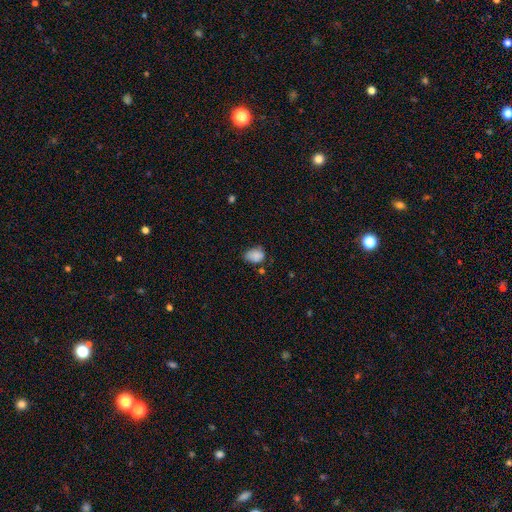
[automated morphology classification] Q: Smooth or featured?
A: smooth (84%); runner-up: star or artifact (10%)
Q: How rounded?
A: in between (75%); runner-up: round (24%)
Q: Merging?
A: none (55%); runner-up: minor disturbance (32%)